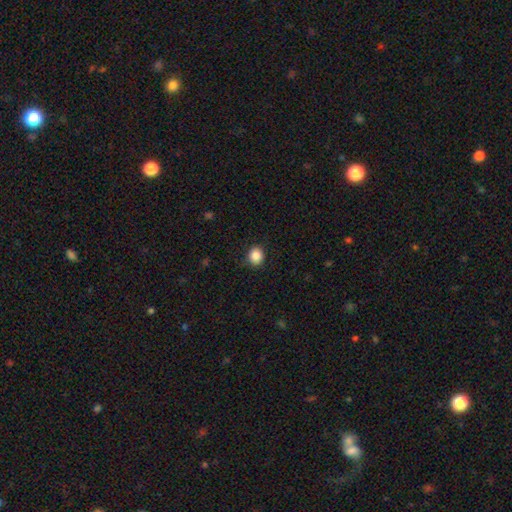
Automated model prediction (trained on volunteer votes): Q: Smooth or featured?
A: smooth (86%); runner-up: star or artifact (10%)
Q: How rounded?
A: round (79%); runner-up: in between (20%)
Q: Merging?
A: none (90%); runner-up: minor disturbance (7%)